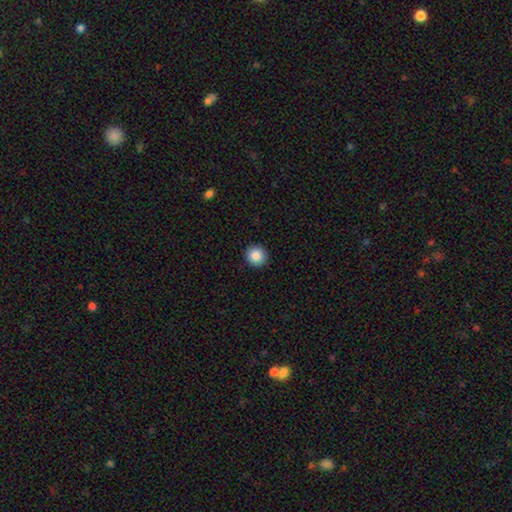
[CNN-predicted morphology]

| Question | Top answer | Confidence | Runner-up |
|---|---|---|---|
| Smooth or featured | smooth | 88% | star or artifact (9%) |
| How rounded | round | 95% | in between (4%) |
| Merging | none | 93% | minor disturbance (5%) |